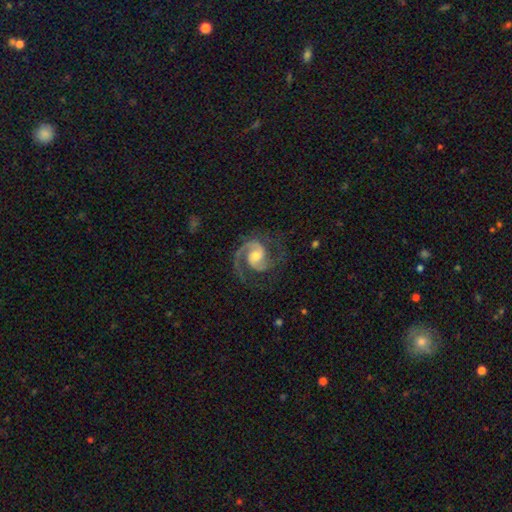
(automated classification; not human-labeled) The model was most divided on "bar": no: 52%, weak: 39%, strong: 9%. More confident: spiral arms — yes (98%); edge-on disk — no (98%); smooth or featured — featured or disk (92%); spiral arm count — 2 (86%); merging — none (73%); bulge size — moderate (58%); spiral winding — medium (58%).